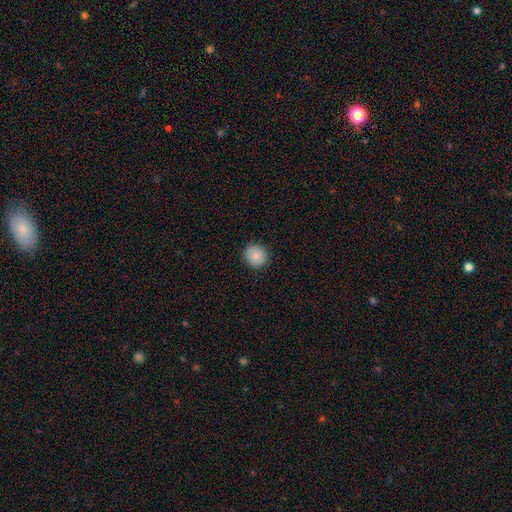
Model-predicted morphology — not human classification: Smooth or featured: smooth — 87% (star or artifact — 8%)
How rounded: round — 88% (in between — 11%)
Merging: none — 90% (minor disturbance — 7%)